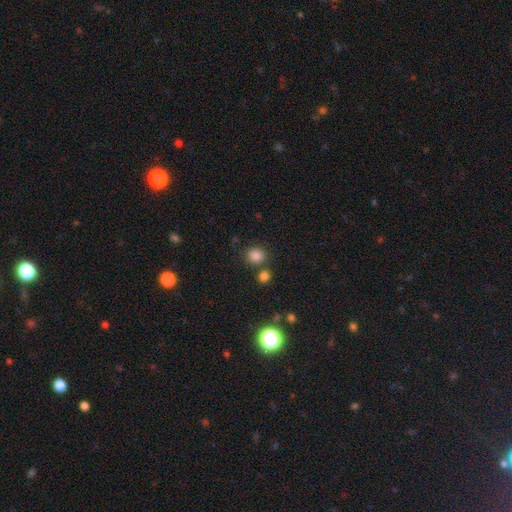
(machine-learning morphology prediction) type=smooth (83%); roundness=round (83%); merging=none (73%).